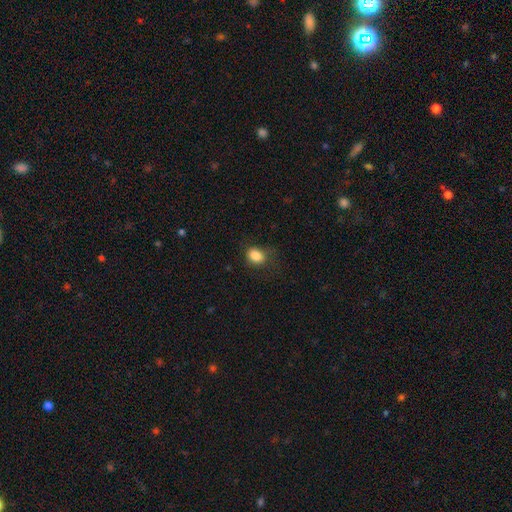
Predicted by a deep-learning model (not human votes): This is clearly a smooth galaxy (86%). How rounded: likely in between (62%). Merging: likely none (66%).